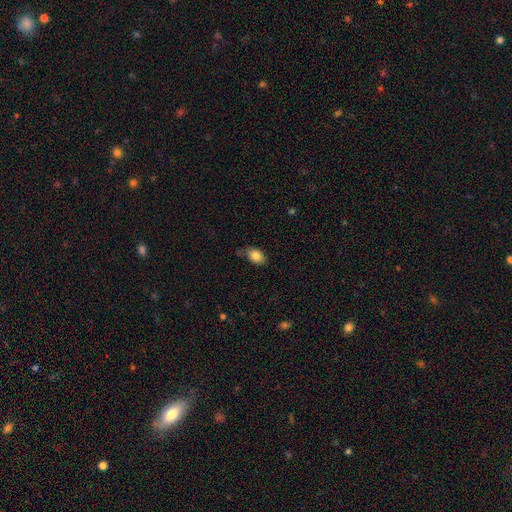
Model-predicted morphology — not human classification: smooth_or_featured: smooth (p=0.84) [alt: featured or disk p=0.08]
how_rounded: in between (p=0.86) [alt: round p=0.12]
merging: none (p=0.70) [alt: minor disturbance p=0.22]